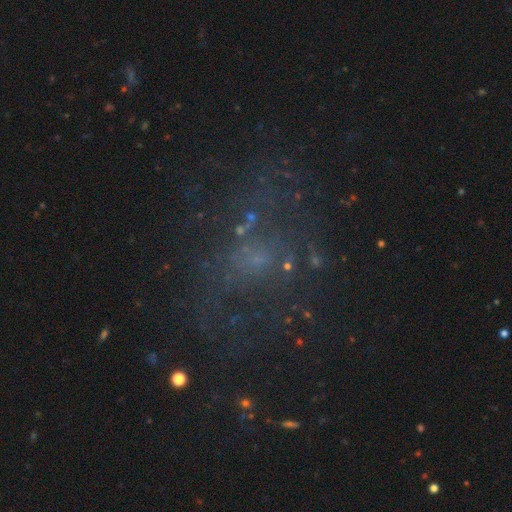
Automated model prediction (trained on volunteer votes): Q: Smooth or featured?
A: featured or disk (39%); runner-up: star or artifact (37%)
Q: Merging?
A: none (52%); runner-up: major disturbance (26%)